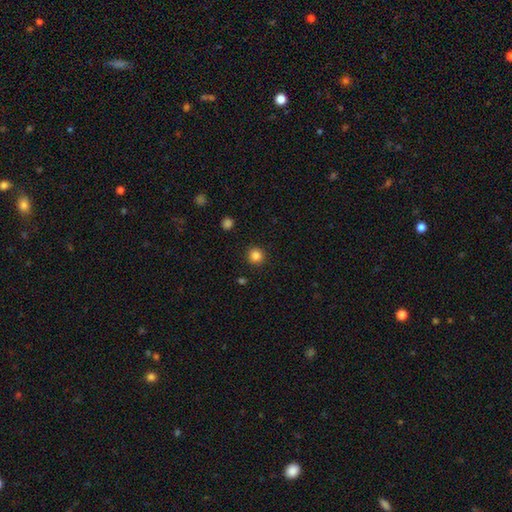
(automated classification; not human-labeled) Q: Smooth or featured?
A: smooth (84%); runner-up: star or artifact (12%)
Q: How rounded?
A: round (94%); runner-up: in between (5%)
Q: Merging?
A: none (92%); runner-up: minor disturbance (5%)